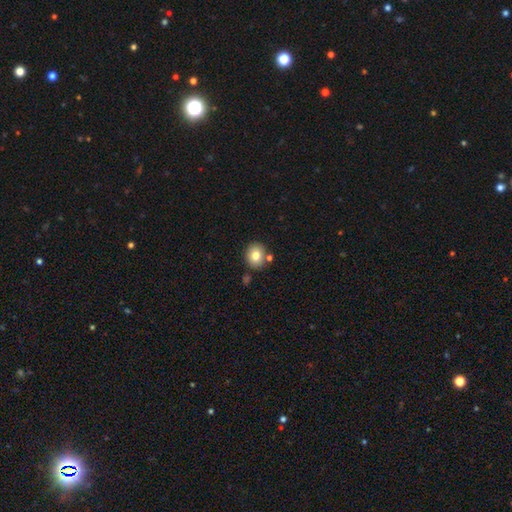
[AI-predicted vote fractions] smooth-or-featured: smooth: 80% | featured or disk: 11% | star or artifact: 10%
  how-rounded: round: 76% | in between: 23% | cigar-shaped: 1%
  merging: none: 77% | minor disturbance: 10% | merger: 10% | major disturbance: 3%